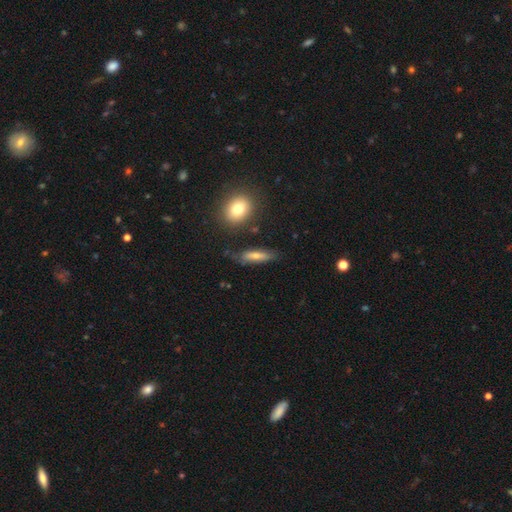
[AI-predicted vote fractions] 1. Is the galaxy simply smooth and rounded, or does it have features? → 62% smooth, 29% featured or disk, 8% star or artifact.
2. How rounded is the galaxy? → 61% cigar-shaped, 34% in between, 5% round.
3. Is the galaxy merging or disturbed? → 72% none, 19% minor disturbance, 5% major disturbance, 4% merger.